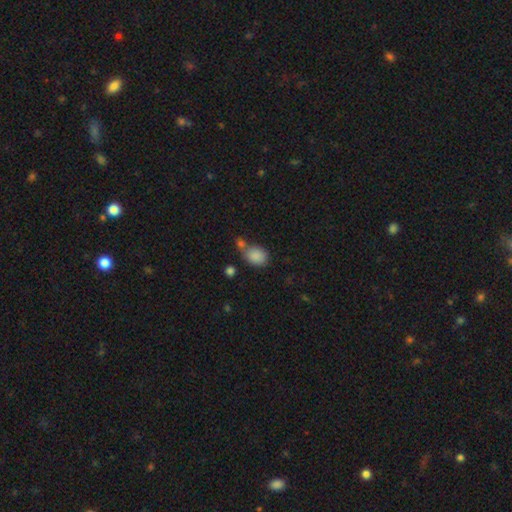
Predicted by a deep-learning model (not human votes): smooth-or-featured: smooth: 86% | star or artifact: 9% | featured or disk: 5%
  how-rounded: in between: 60% | round: 38% | cigar-shaped: 1%
  merging: none: 51% | merger: 28% | minor disturbance: 16% | major disturbance: 6%